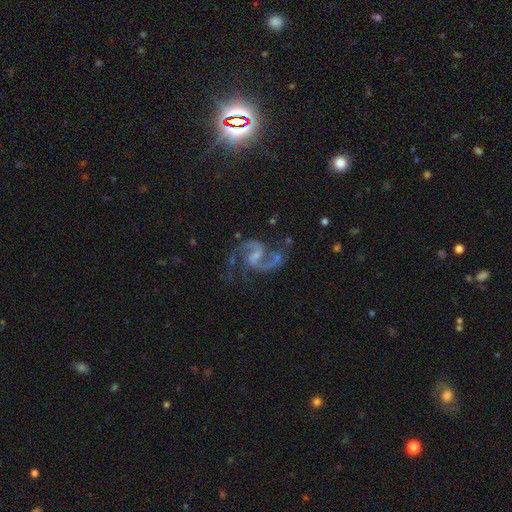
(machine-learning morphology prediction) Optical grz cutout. It shows a featured or disk galaxy (90%) with a weak bar (54%), 2 (94%) medium (55%) spiral arms (98%) and a small central bulge (43%). Merging: none (68%).